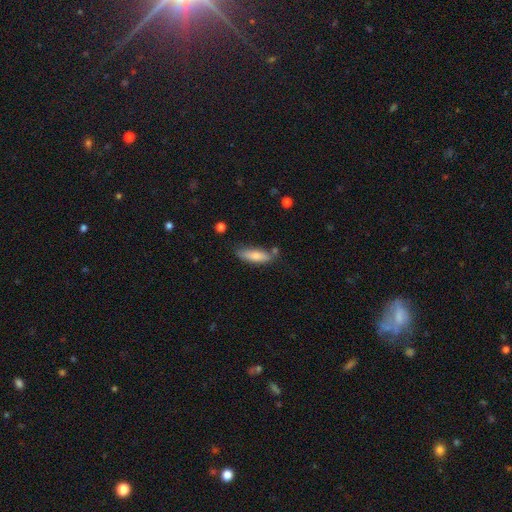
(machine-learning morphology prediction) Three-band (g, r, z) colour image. It shows a smooth galaxy with no disk features (76%) that is cigar-shaped (51%). Merging: none (72%).